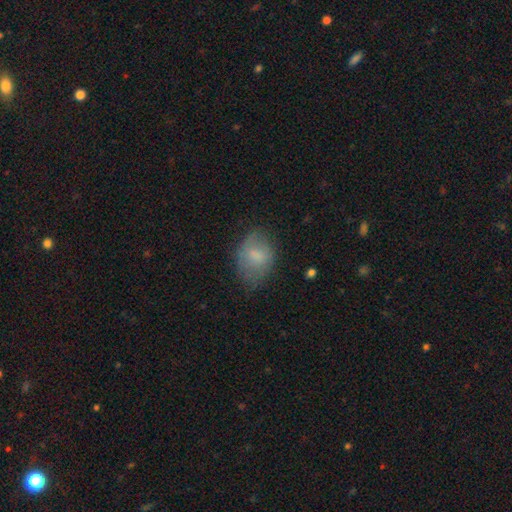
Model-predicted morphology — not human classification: type=smooth (70%); roundness=in between (69%); merging=none (55%).